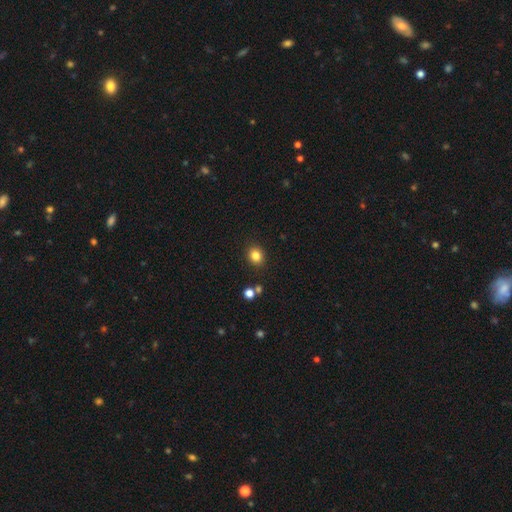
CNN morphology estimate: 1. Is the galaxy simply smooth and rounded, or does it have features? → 83% smooth, 12% star or artifact, 5% featured or disk.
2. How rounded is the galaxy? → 70% round, 29% in between, 1% cigar-shaped.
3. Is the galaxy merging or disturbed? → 88% none, 7% minor disturbance, 3% merger, 2% major disturbance.